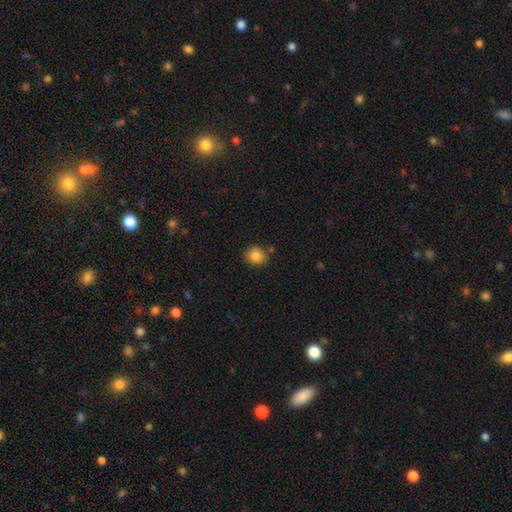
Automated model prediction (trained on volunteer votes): Smooth or featured: smooth — 86% (star or artifact — 10%)
How rounded: round — 78% (in between — 22%)
Merging: none — 79% (minor disturbance — 13%)